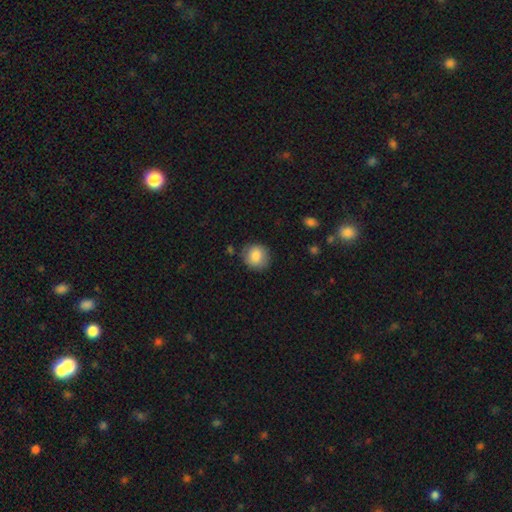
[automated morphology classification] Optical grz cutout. It shows a smooth galaxy with no disk features (86%) that is round (88%). Merging: none (81%).